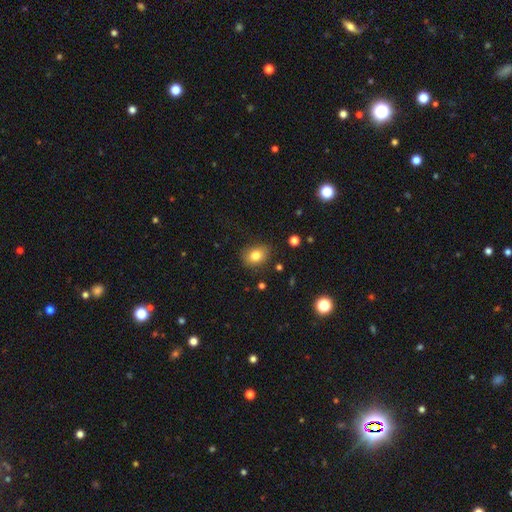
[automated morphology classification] Q: Smooth or featured?
A: smooth (80%); runner-up: star or artifact (10%)
Q: How rounded?
A: in between (59%); runner-up: round (40%)
Q: Merging?
A: none (80%); runner-up: minor disturbance (15%)